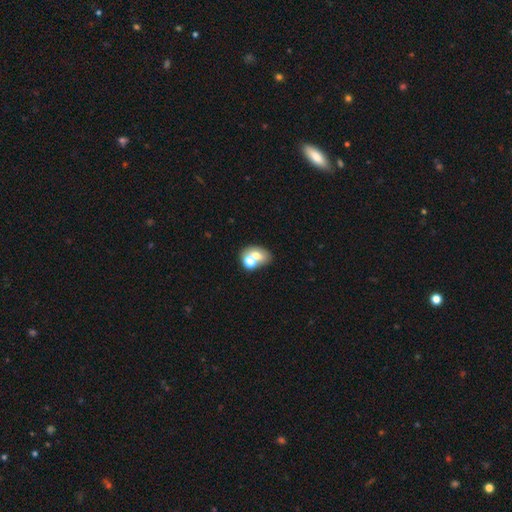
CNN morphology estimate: Smooth or featured? Predicted: smooth (p=0.62). How rounded? Predicted: in between (p=0.61). Merging? Predicted: merger (p=0.48).